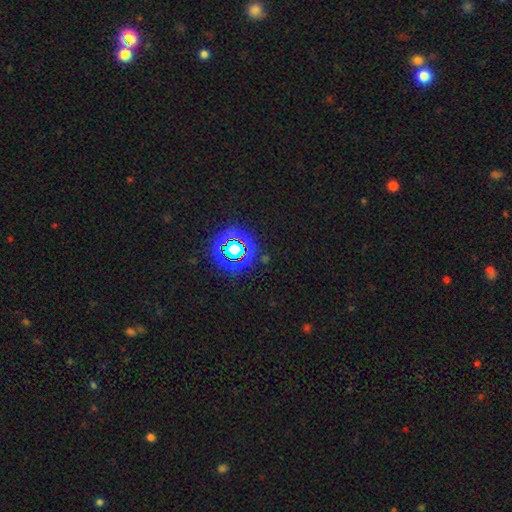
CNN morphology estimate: star or artifact 76%, smooth 15%, featured or disk 9%.